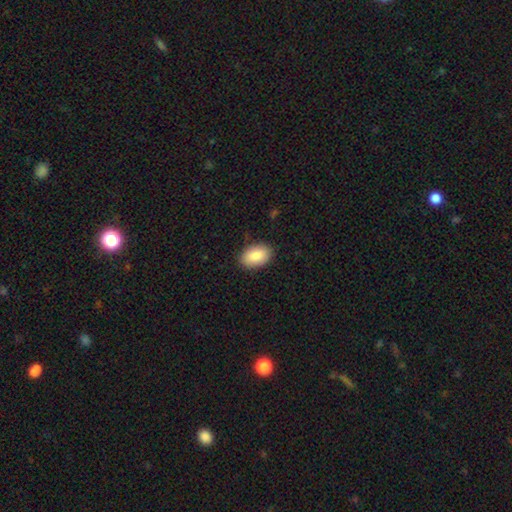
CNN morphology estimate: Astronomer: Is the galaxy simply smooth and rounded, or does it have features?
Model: smooth — 87%.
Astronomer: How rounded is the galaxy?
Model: in between — 91%.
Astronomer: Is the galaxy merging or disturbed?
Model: none — 87%.